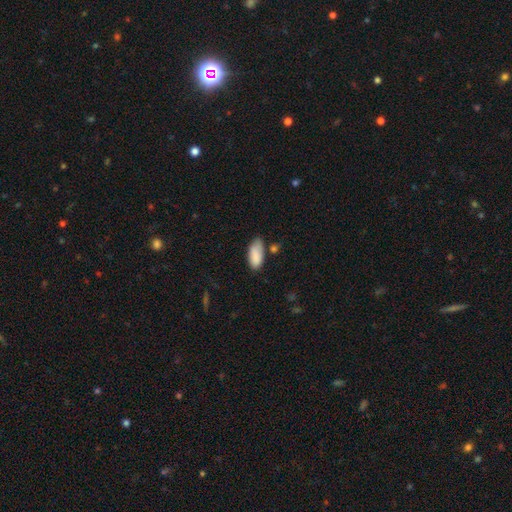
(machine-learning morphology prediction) type=smooth (87%); roundness=in between (89%); merging=none (60%).